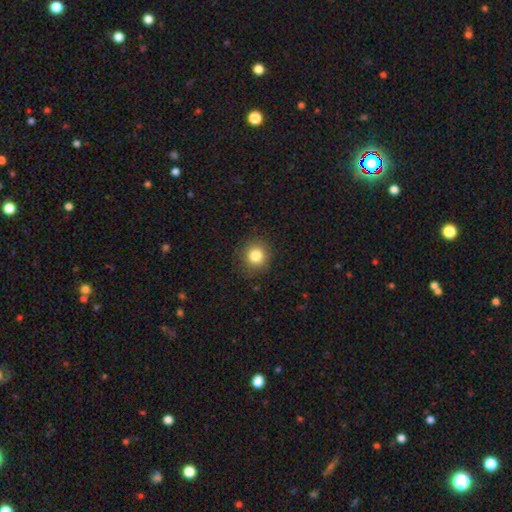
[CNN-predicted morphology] This appears to be a smooth galaxy with no disk features (83%) that is round (90%). Merging: none (87%).